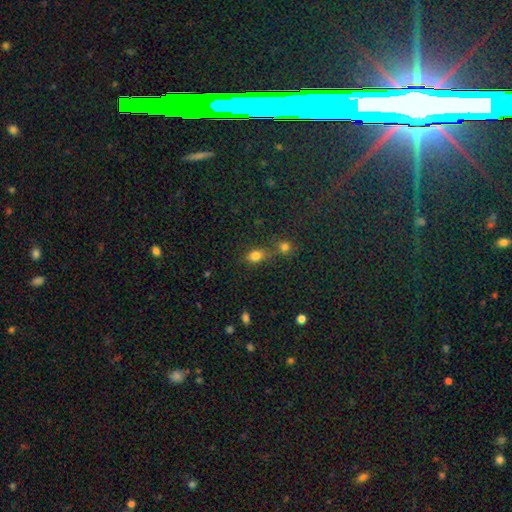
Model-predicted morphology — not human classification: smooth_or_featured: smooth (p=0.79) [alt: star or artifact p=0.13]
how_rounded: in between (p=0.63) [alt: round p=0.34]
merging: none (p=0.53) [alt: merger p=0.28]